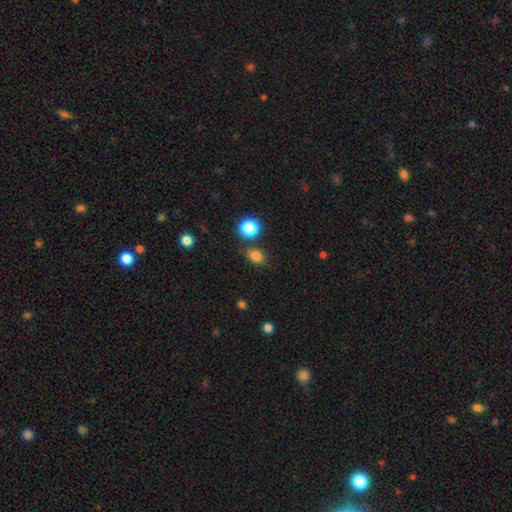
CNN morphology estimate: Smooth or featured: smooth — 81% (star or artifact — 14%)
How rounded: in between — 63% (round — 36%)
Merging: none — 75% (minor disturbance — 13%)